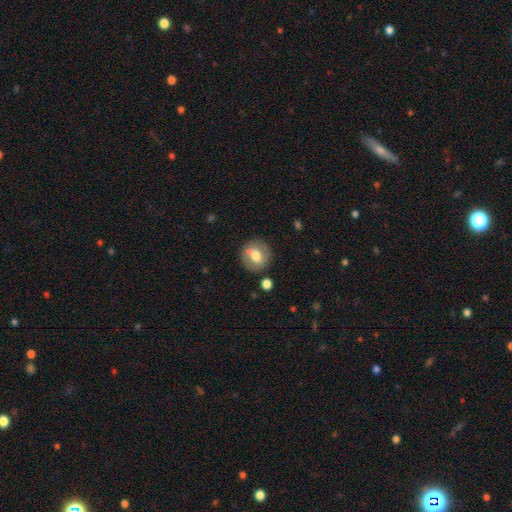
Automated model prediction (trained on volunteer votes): Overall: smooth (54%; featured or disk 38%). How rounded: round (83%). Merging: none (81%).